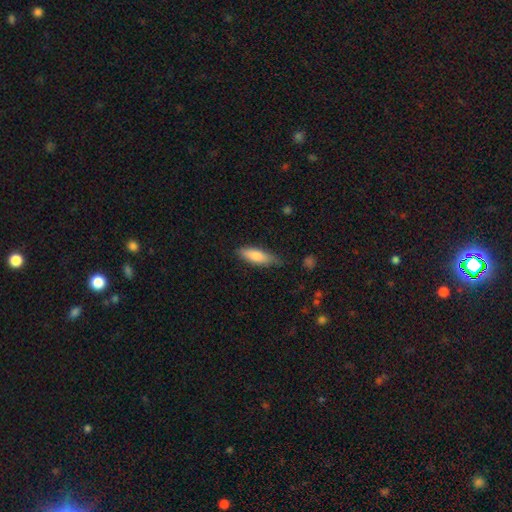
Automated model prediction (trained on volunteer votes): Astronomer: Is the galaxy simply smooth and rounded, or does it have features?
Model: smooth — 78%.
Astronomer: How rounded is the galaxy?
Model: in between — 52% (runner-up: cigar-shaped, 46%).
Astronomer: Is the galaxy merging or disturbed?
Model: none — 72%.